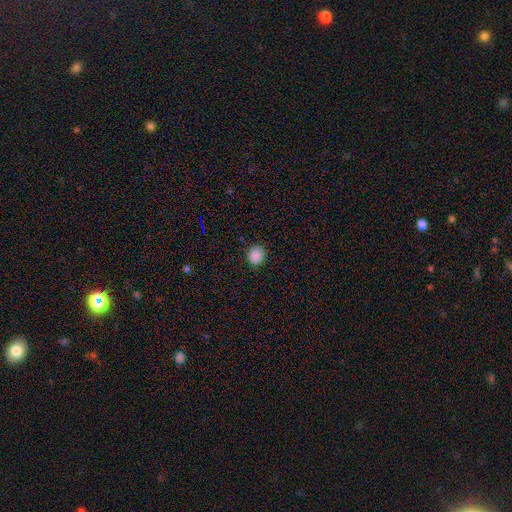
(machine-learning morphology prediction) Q: Smooth or featured?
A: smooth (87%); runner-up: star or artifact (10%)
Q: How rounded?
A: round (78%); runner-up: in between (21%)
Q: Merging?
A: none (88%); runner-up: minor disturbance (9%)